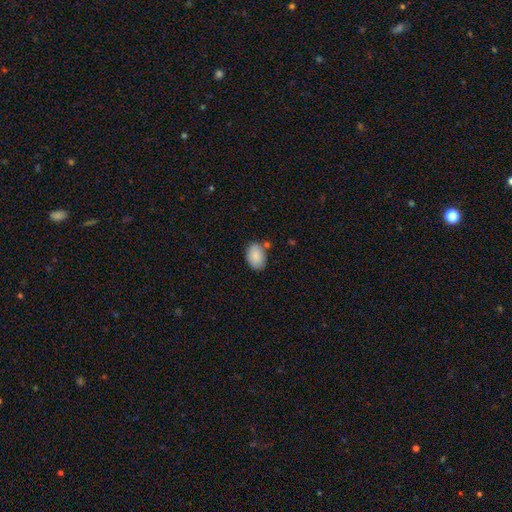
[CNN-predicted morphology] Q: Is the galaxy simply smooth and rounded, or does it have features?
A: smooth — 87%.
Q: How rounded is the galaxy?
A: in between — 83%.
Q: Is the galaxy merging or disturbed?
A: none — 74%.